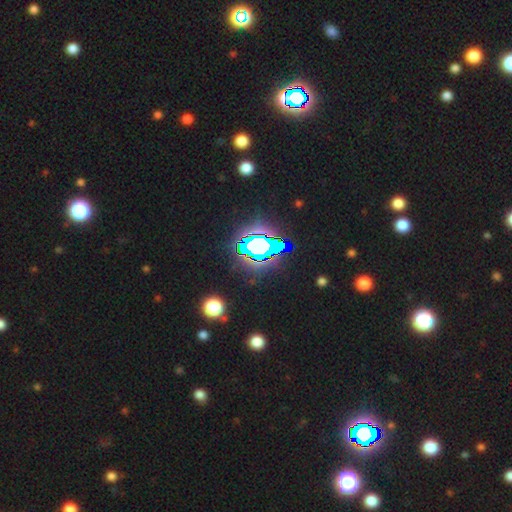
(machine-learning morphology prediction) Smooth or featured? star or artifact (83%)